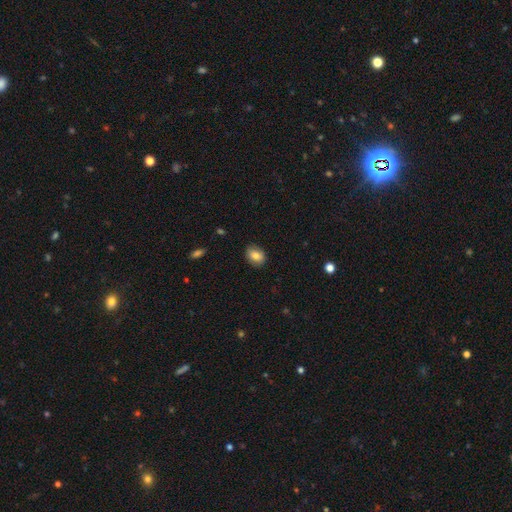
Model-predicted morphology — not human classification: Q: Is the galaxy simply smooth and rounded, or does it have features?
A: smooth — 81%.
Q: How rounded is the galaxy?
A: in between — 67%.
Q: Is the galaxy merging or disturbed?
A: none — 84%.